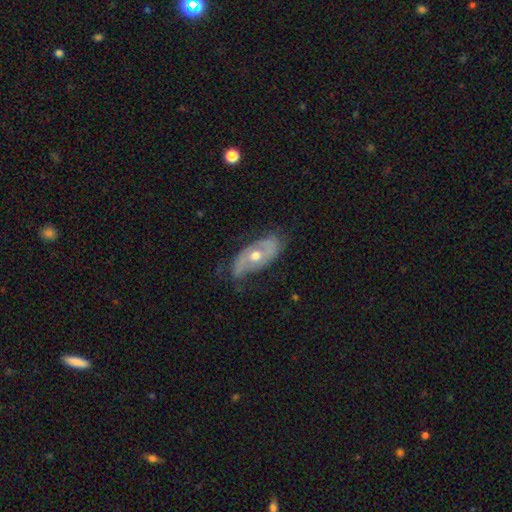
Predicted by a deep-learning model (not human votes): smooth-or-featured: featured or disk: 68% | smooth: 26% | star or artifact: 6%
  disk-edge-on: no: 87% | yes: 13%
    bar: no: 78% | weak: 17% | strong: 5%
    has-spiral-arms: yes: 66% | no: 34%
    bulge-size: moderate: 77% | small: 15% | large: 6% | none: 1% | dominant: 1%
  merging: none: 59% | minor disturbance: 30% | major disturbance: 10% | merger: 2%